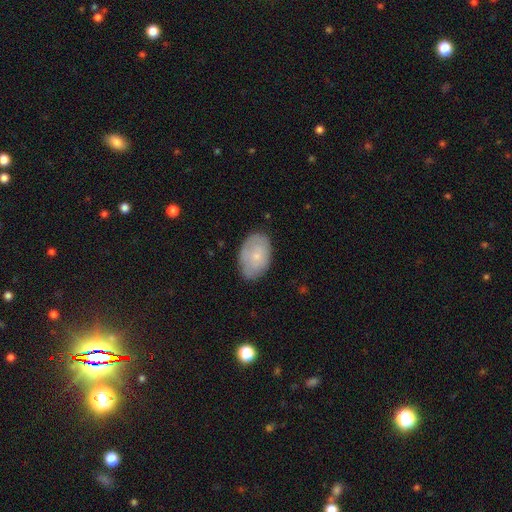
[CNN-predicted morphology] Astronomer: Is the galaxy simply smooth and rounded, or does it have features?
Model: smooth — 64%.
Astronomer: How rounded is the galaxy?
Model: in between — 89%.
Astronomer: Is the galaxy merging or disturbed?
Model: none — 76%.